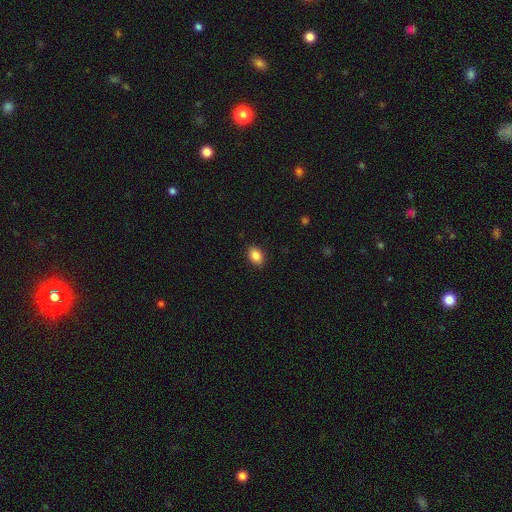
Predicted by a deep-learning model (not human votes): smooth-or-featured: smooth: 87% | star or artifact: 8% | featured or disk: 5%
  how-rounded: in between: 81% | round: 18% | cigar-shaped: 1%
  merging: none: 89% | minor disturbance: 8% | major disturbance: 2% | merger: 1%